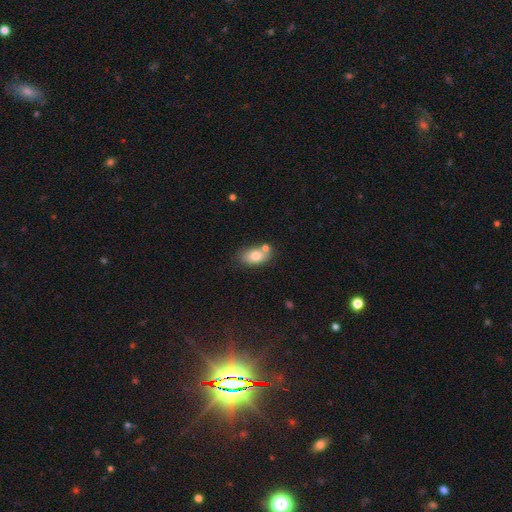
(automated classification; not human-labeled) smooth 77%, featured or disk 15%, star or artifact 8%. Down the decision tree: how rounded — in between (88%); merging — none (56%).